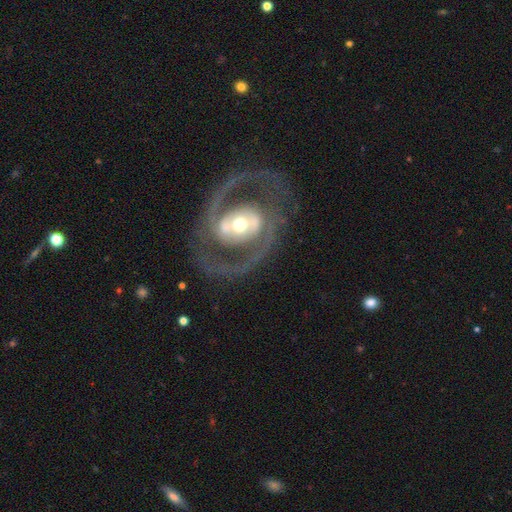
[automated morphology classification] smooth-or-featured: featured or disk: 87% | smooth: 7% | star or artifact: 5%
  disk-edge-on: no: 96% | yes: 4%
    bar: no: 41% | strong: 30% | weak: 29%
    has-spiral-arms: yes: 85% | no: 15%
      spiral-winding: medium: 53% | tight: 31% | loose: 16%
      spiral-arm-count: 2: 88% | can't tell: 4% | 1: 3% | 3: 2% | 4: 1% | more than 4: 1%
    bulge-size: moderate: 57% | small: 28% | large: 12% | dominant: 2% | none: 1%
  merging: none: 78% | minor disturbance: 11% | major disturbance: 9% | merger: 3%